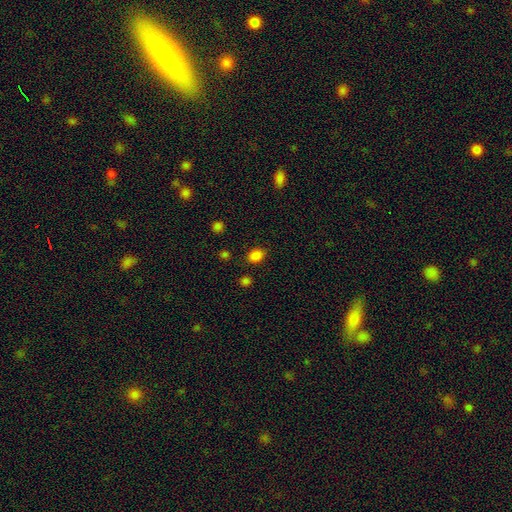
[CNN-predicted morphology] smooth_or_featured: smooth (p=0.84) [alt: star or artifact p=0.12]
how_rounded: in between (p=0.70) [alt: round p=0.29]
merging: none (p=0.82) [alt: minor disturbance p=0.12]